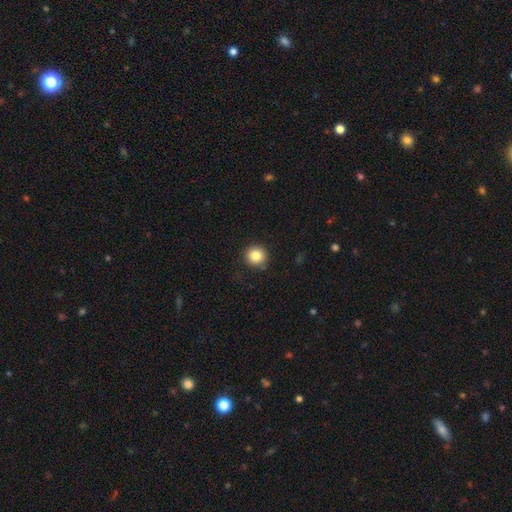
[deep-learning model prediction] smooth_or_featured: smooth (p=0.84) [alt: star or artifact p=0.10]
how_rounded: round (p=0.94) [alt: in between p=0.05]
merging: none (p=0.87) [alt: minor disturbance p=0.09]